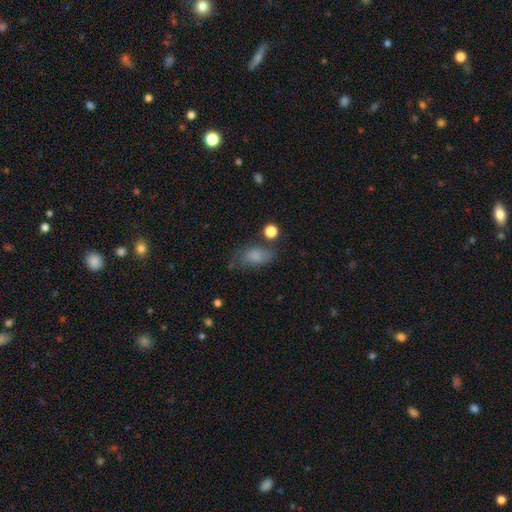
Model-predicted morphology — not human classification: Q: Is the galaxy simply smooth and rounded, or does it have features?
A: smooth — 78%.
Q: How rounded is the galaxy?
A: in between — 87%.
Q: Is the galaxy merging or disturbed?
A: none — 52%.